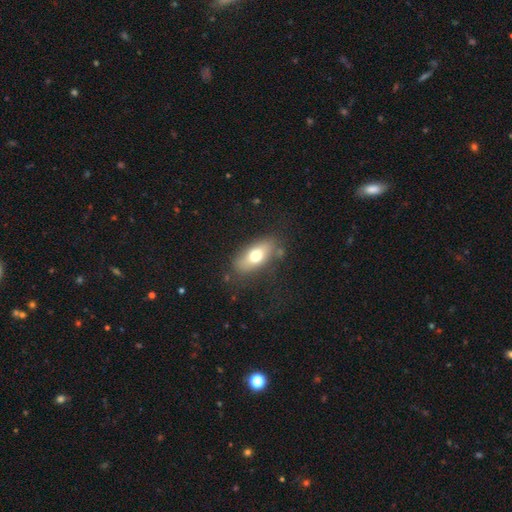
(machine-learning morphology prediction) Q: Smooth or featured?
A: smooth (68%); runner-up: featured or disk (25%)
Q: How rounded?
A: in between (81%); runner-up: cigar-shaped (14%)
Q: Merging?
A: none (77%); runner-up: minor disturbance (15%)